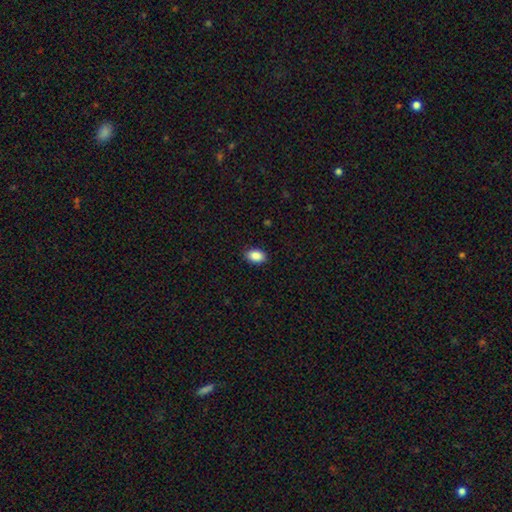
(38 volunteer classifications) A smooth galaxy with no disk features (95%) that is in between round and cigar-shaped (89%).

Vote fractions:
- Smooth or featured? smooth: 95% / featured or disk: 3% / star or artifact: 3%
- How rounded? in between: 89% / round: 11% / cigar-shaped: 0%
- Merging? none: 89% / minor disturbance: 8% / major disturbance: 3% / merger: 0%